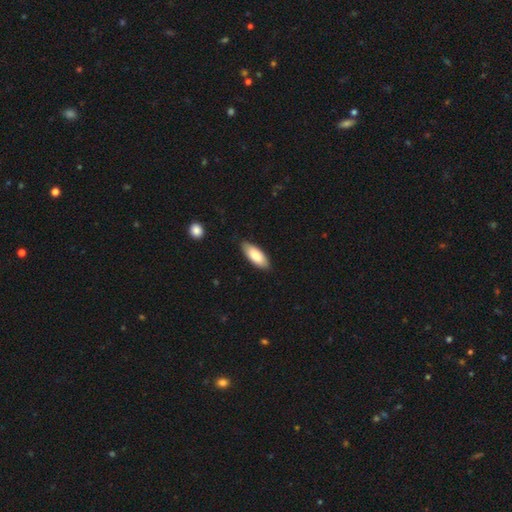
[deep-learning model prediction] Q: Smooth or featured?
A: smooth (81%); runner-up: featured or disk (14%)
Q: How rounded?
A: in between (81%); runner-up: cigar-shaped (17%)
Q: Merging?
A: none (85%); runner-up: minor disturbance (12%)